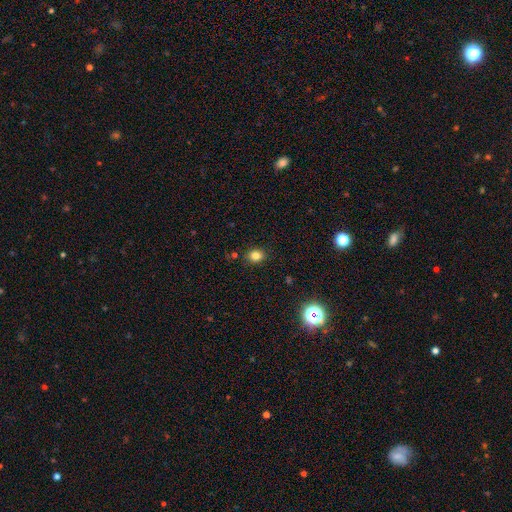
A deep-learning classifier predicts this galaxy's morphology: A smooth galaxy with no disk features (81%) that is round (59%).

Vote fractions:
- Smooth or featured? smooth: 81% / star or artifact: 13% / featured or disk: 6%
- How rounded? round: 59% / in between: 40% / cigar-shaped: 1%
- Merging? none: 87% / minor disturbance: 8% / major disturbance: 2% / merger: 2%